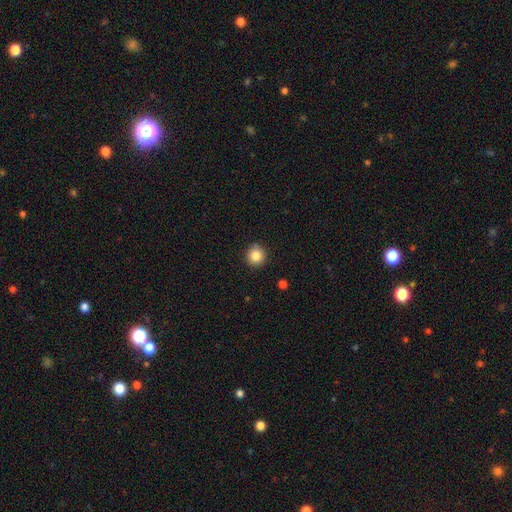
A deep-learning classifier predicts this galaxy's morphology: Smooth or featured: smooth — 84% (star or artifact — 10%)
How rounded: round — 93% (in between — 6%)
Merging: none — 89% (minor disturbance — 8%)